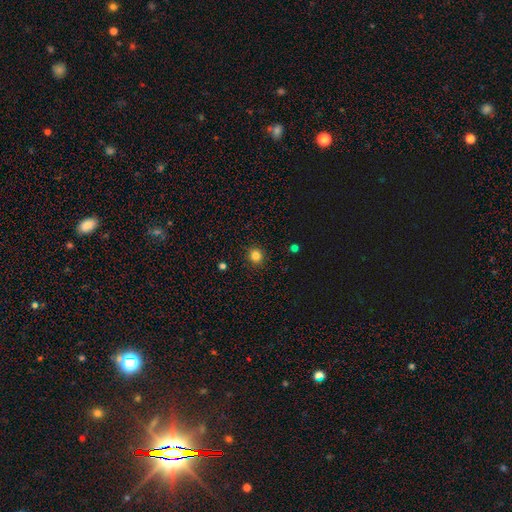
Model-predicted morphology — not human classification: Overall: smooth (82%). How rounded: round (92%). Merging: none (92%).